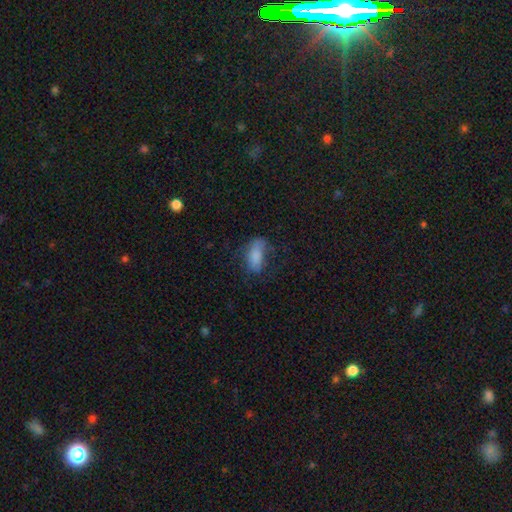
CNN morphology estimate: Smooth or featured? smooth (76%)
How rounded? in between (87%)
Merging? none (50%)